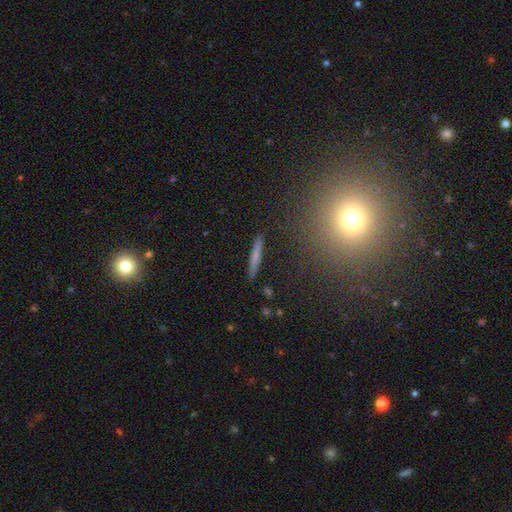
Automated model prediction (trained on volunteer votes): Smooth or featured? smooth (65%)
How rounded? cigar-shaped (94%)
Merging? none (89%)